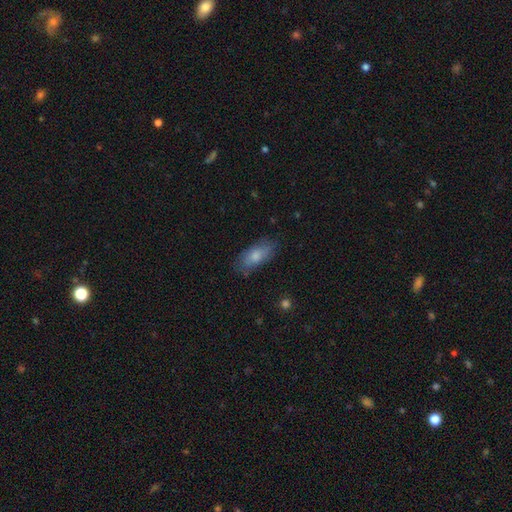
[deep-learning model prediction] Smooth or featured? Predicted: smooth (p=0.75). How rounded? Predicted: in between (p=0.86). Merging? Predicted: none (p=0.76).